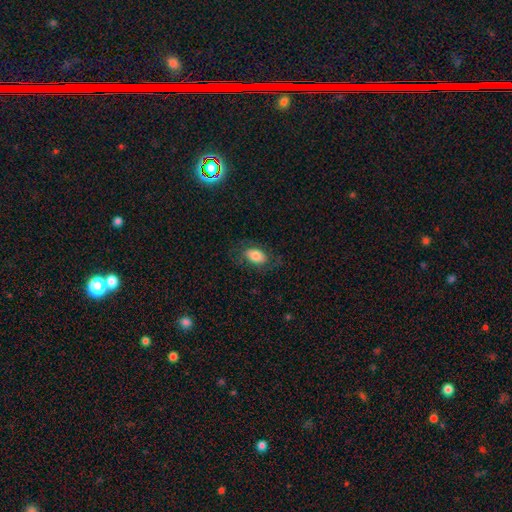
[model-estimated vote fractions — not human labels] smooth_or_featured: smooth (p=0.73) [alt: featured or disk p=0.19]
how_rounded: in between (p=0.89) [alt: round p=0.09]
merging: none (p=0.72) [alt: minor disturbance p=0.16]